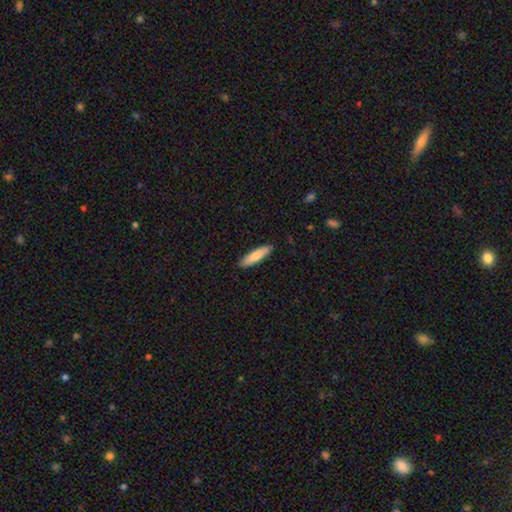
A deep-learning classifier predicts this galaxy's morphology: smooth_or_featured: smooth (p=0.80) [alt: featured or disk p=0.15]
how_rounded: cigar-shaped (p=0.74) [alt: in between p=0.24]
merging: none (p=0.90) [alt: minor disturbance p=0.07]